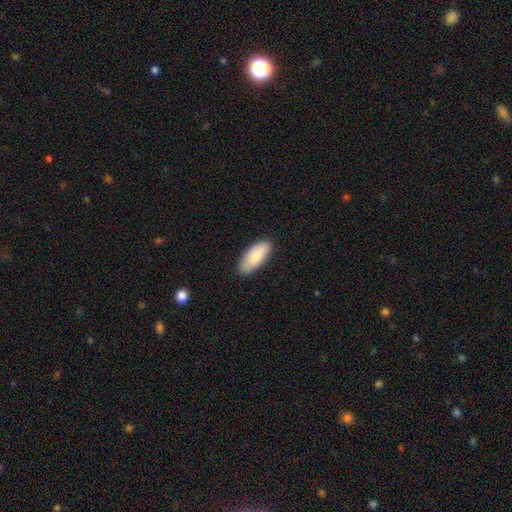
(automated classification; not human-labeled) Smooth or featured?
  - smooth: 84% *
  - featured or disk: 10%
  - star or artifact: 5%
How rounded?
  - in between: 82% *
  - cigar-shaped: 16%
  - round: 2%
Merging?
  - none: 86% *
  - minor disturbance: 11%
  - major disturbance: 2%
  - merger: 1%